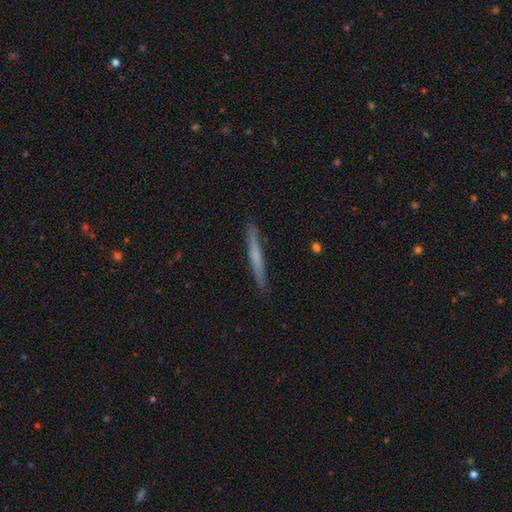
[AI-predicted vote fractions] Overall: smooth (48%; featured or disk 46%). Merging: none (91%).